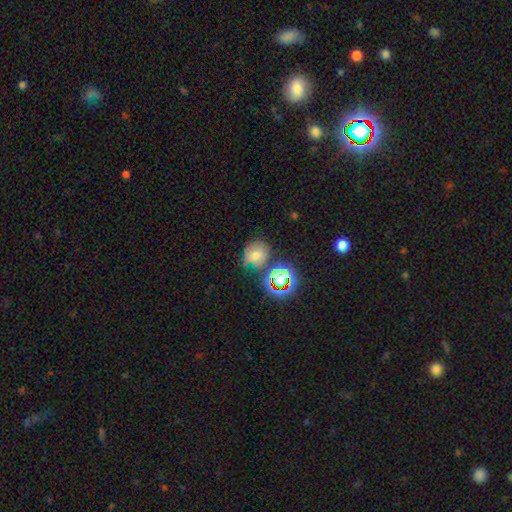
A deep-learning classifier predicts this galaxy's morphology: Smooth or featured? smooth (51%)
How rounded? round (76%)
Merging? none (64%)